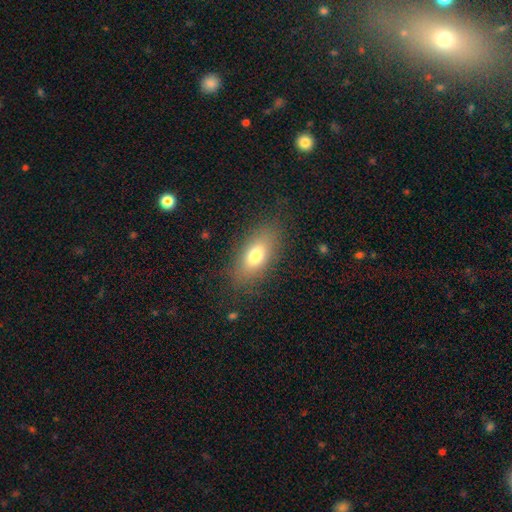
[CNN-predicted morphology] The model was most divided on "smooth or featured": smooth: 73%, featured or disk: 17%, star or artifact: 10%. More confident: how rounded — in between (82%); merging — none (81%).